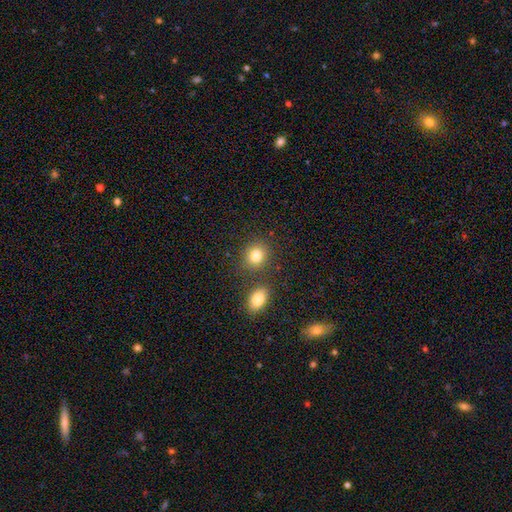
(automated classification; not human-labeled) Smooth or featured?
  - smooth: 81% *
  - star or artifact: 11%
  - featured or disk: 7%
How rounded?
  - round: 68% *
  - in between: 31%
  - cigar-shaped: 1%
Merging?
  - none: 76% *
  - merger: 12%
  - minor disturbance: 9%
  - major disturbance: 3%